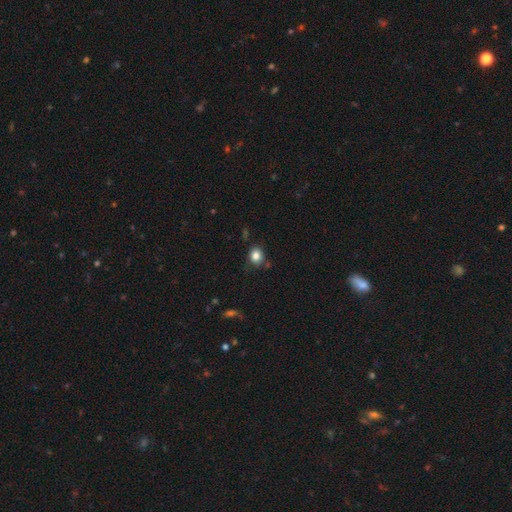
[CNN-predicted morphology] Smooth or featured? smooth (82%)
How rounded? round (68%)
Merging? none (77%)